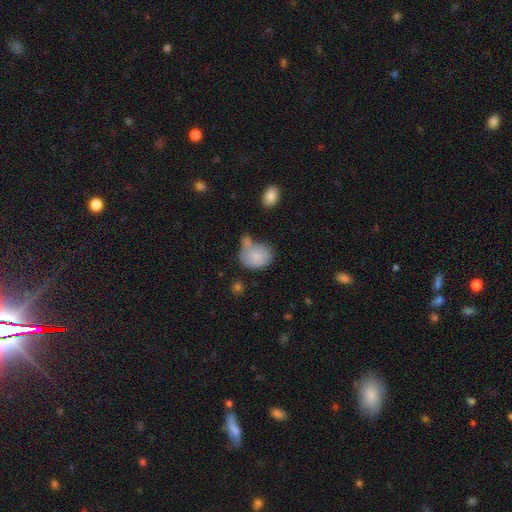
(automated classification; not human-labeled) Smooth or featured? smooth (80%)
How rounded? round (50%)
Merging? none (38%)